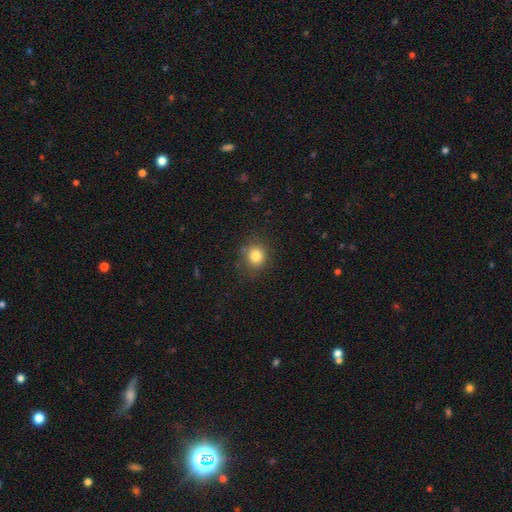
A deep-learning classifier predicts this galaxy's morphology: type=smooth (81%); roundness=round (83%); merging=none (83%).